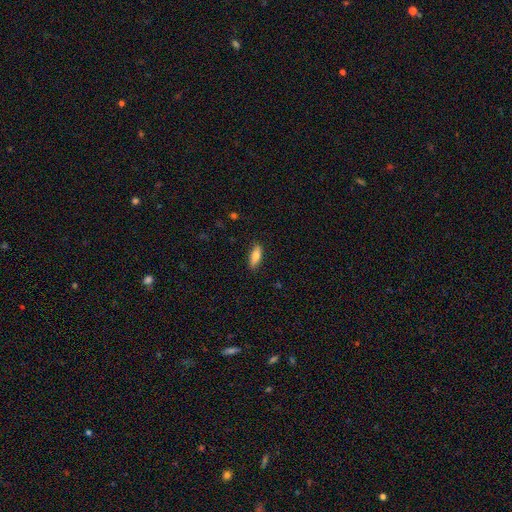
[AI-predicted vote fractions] smooth 72%, featured or disk 22%, star or artifact 6%. Down the decision tree: how rounded — in between (64%); merging — none (87%).